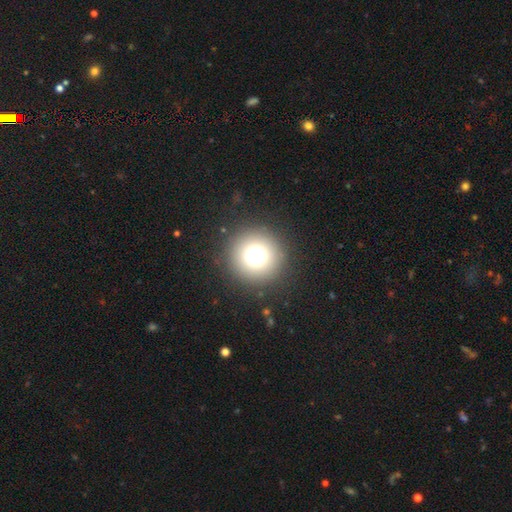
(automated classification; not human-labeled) Smooth or featured?
  - smooth: 72% *
  - star or artifact: 19%
  - featured or disk: 10%
How rounded?
  - round: 95% *
  - in between: 4%
  - cigar-shaped: 1%
Merging?
  - none: 88% *
  - minor disturbance: 6%
  - major disturbance: 4%
  - merger: 2%